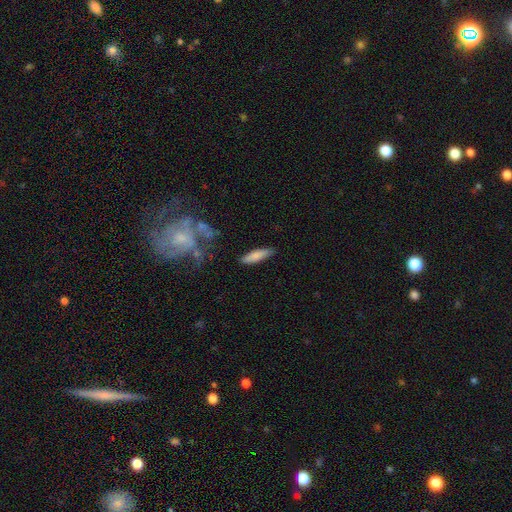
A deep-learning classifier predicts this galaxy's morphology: Smooth or featured? Predicted: smooth (p=0.80). How rounded? Predicted: cigar-shaped (p=0.65). Merging? Predicted: none (p=0.84).